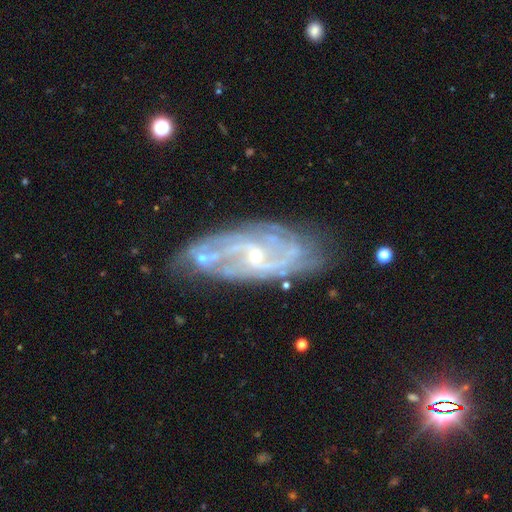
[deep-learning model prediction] Q: Smooth or featured?
A: featured or disk (85%); runner-up: smooth (8%)
Q: Edge-on disk?
A: no (91%); runner-up: yes (9%)
Q: Bar?
A: no (54%); runner-up: weak (35%)
Q: Spiral arms?
A: yes (93%); runner-up: no (7%)
Q: Spiral winding?
A: tight (44%); runner-up: medium (40%)
Q: Spiral arm count?
A: can't tell (35%); runner-up: 2 (27%)
Q: Bulge size?
A: small (77%); runner-up: moderate (19%)
Q: Merging?
A: none (70%); runner-up: minor disturbance (19%)